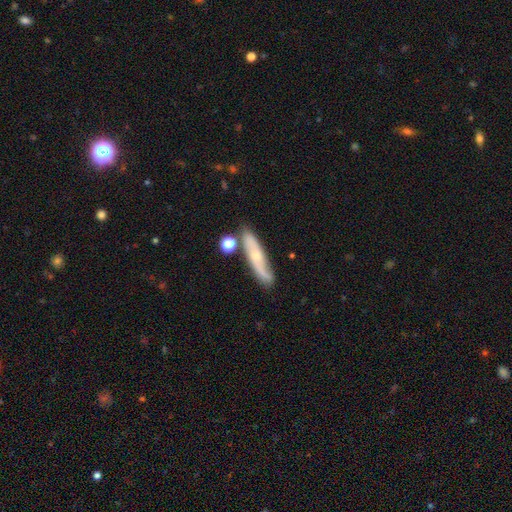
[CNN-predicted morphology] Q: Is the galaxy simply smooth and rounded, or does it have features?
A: featured or disk — 56%.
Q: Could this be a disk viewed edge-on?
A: no — 59%.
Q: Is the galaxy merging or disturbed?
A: none — 67%.